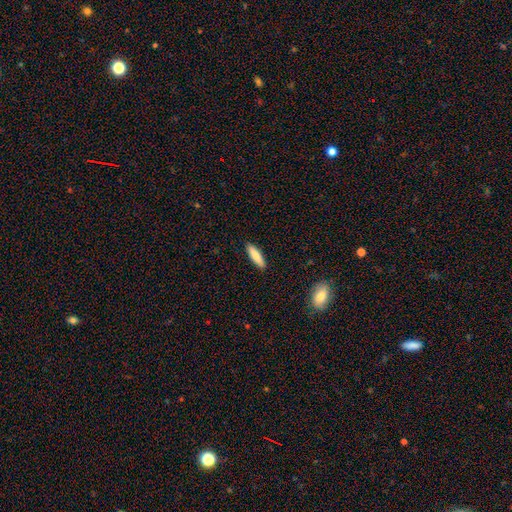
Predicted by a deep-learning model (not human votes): Smooth or featured? Predicted: smooth (p=0.83). How rounded? Predicted: cigar-shaped (p=0.67). Merging? Predicted: none (p=0.90).